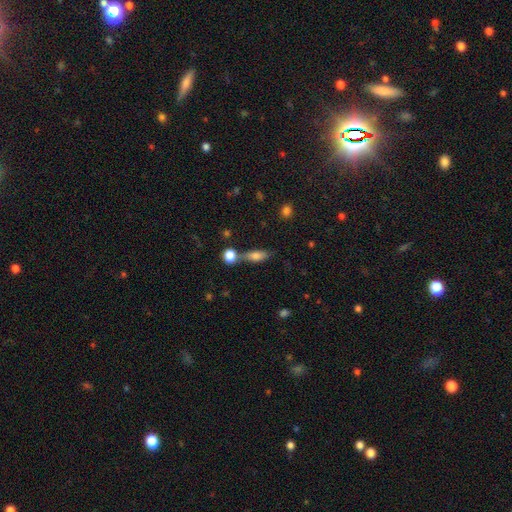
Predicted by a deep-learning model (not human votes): Smooth or featured? Predicted: smooth (p=0.70). How rounded? Predicted: in between (p=0.62). Merging? Predicted: none (p=0.56).